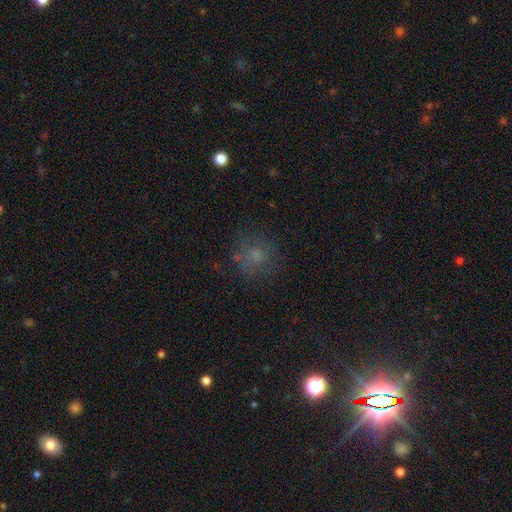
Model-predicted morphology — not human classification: Smooth or featured? Predicted: smooth (p=0.56). How rounded? Predicted: round (p=0.80). Merging? Predicted: none (p=0.68).